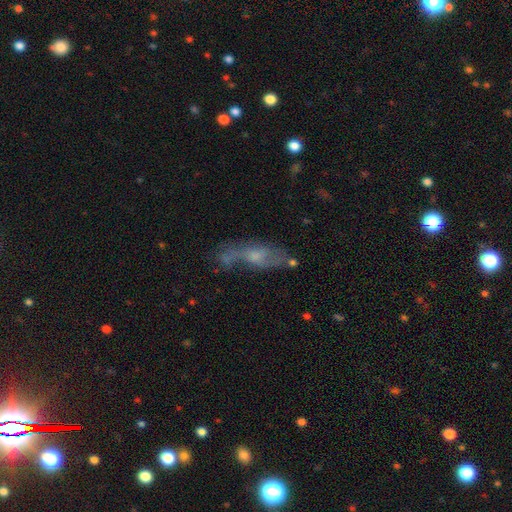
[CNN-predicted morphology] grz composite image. It shows a featured or disk galaxy (55%). Merging: none (45%).